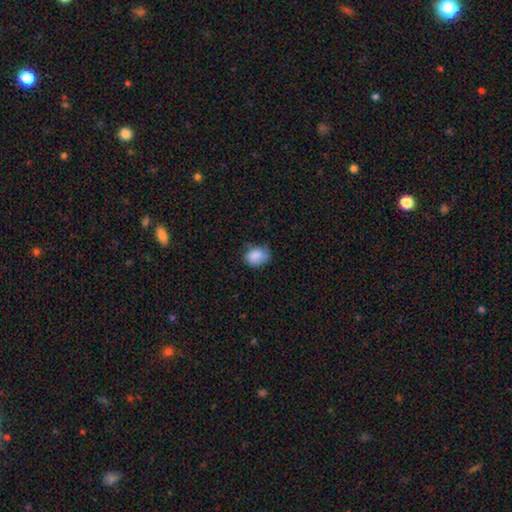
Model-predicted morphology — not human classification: smooth-or-featured: smooth: 88% | star or artifact: 8% | featured or disk: 5%
  how-rounded: in between: 68% | round: 31% | cigar-shaped: 1%
  merging: none: 66% | minor disturbance: 28% | major disturbance: 5% | merger: 1%